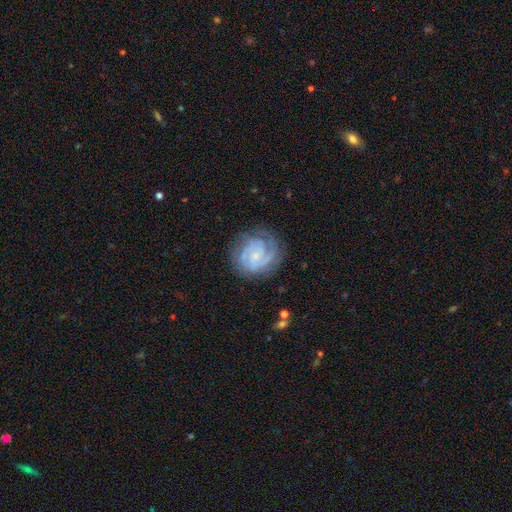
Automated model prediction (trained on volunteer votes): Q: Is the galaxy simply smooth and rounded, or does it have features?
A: featured or disk — 81%.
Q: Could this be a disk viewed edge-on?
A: no — 98%.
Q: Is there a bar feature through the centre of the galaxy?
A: no — 63%.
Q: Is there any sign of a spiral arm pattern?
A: yes — 95%.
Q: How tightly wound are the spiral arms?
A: tight — 61%.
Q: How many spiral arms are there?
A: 2 — 32%.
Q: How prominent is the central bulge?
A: small — 71%.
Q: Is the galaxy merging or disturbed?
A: none — 73%.